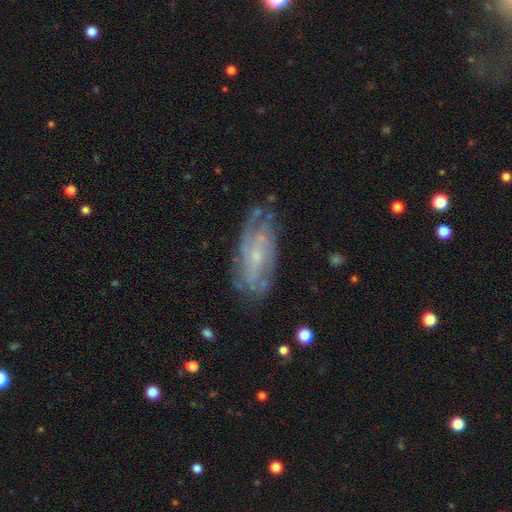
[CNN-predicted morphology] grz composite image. It shows a featured or disk galaxy (74%) with no bar (67%), tight (55%) spiral arms (85%) and a small central bulge (74%). Merging: none (70%).